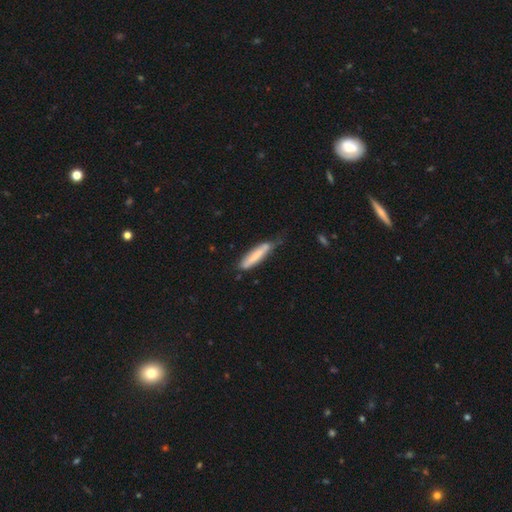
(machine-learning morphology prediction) This appears to be a smooth galaxy with no disk features (71%) that is cigar-shaped (83%). Merging: none (48%).